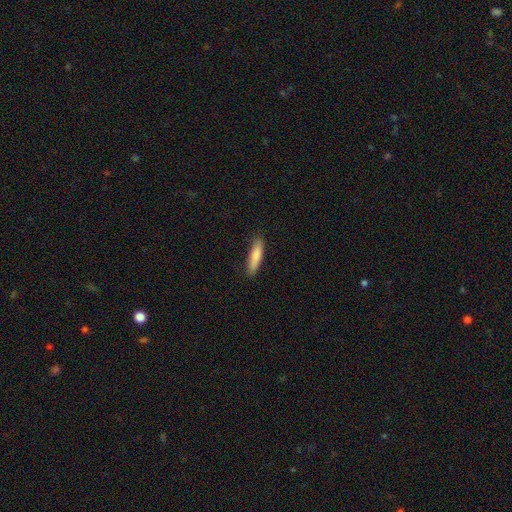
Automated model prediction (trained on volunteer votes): Smooth or featured? Predicted: smooth (p=0.82). How rounded? Predicted: cigar-shaped (p=0.74). Merging? Predicted: none (p=0.86).